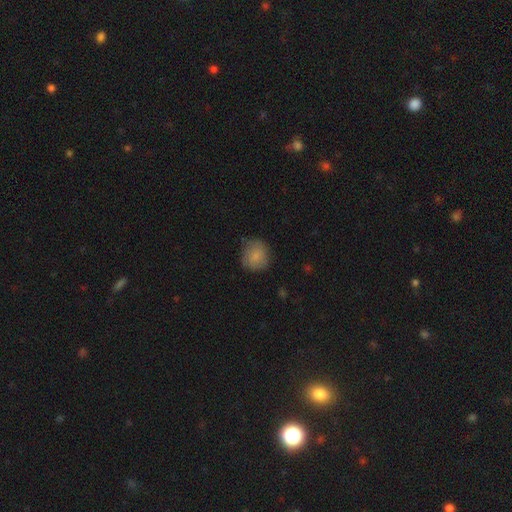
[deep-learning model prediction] smooth_or_featured: smooth (p=0.82) [alt: featured or disk p=0.10]
how_rounded: round (p=0.85) [alt: in between p=0.14]
merging: none (p=0.72) [alt: minor disturbance p=0.22]